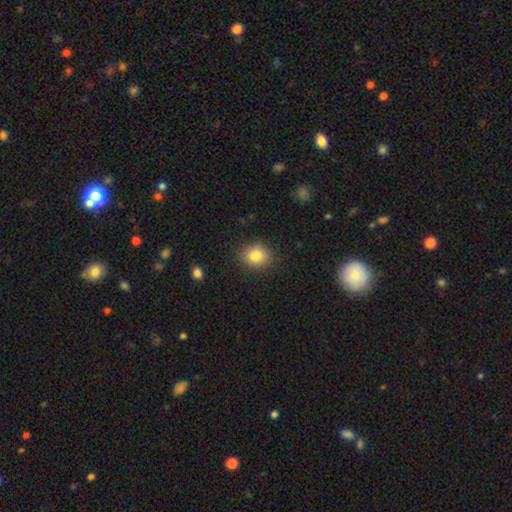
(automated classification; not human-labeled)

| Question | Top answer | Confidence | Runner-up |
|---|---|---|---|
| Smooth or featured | smooth | 83% | star or artifact (10%) |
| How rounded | round | 73% | in between (26%) |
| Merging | none | 87% | minor disturbance (9%) |